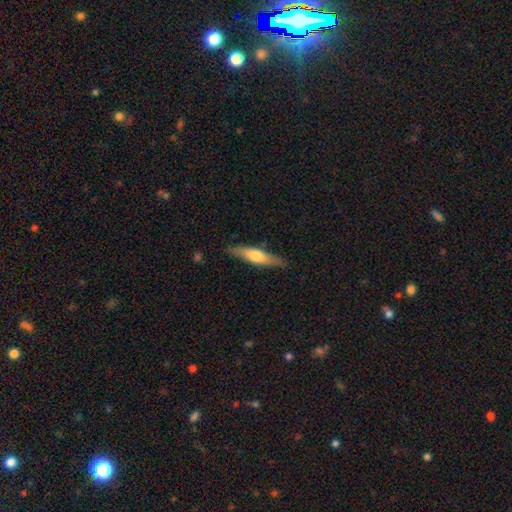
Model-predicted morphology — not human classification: Smooth or featured?
  - smooth: 55% *
  - featured or disk: 40%
  - star or artifact: 5%
How rounded?
  - cigar-shaped: 78% *
  - in between: 20%
  - round: 2%
Merging?
  - none: 85% *
  - minor disturbance: 11%
  - major disturbance: 2%
  - merger: 1%